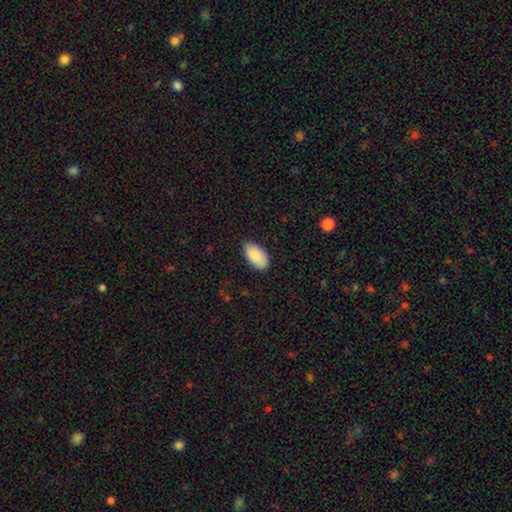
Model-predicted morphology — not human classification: This appears to be a smooth galaxy with no disk features (89%) that is in between round and cigar-shaped (96%). Merging: none (84%).